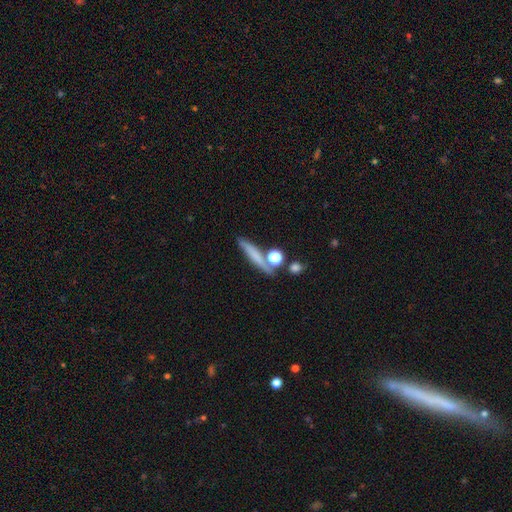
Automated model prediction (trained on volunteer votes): Q: Smooth or featured?
A: smooth (64%); runner-up: featured or disk (26%)
Q: How rounded?
A: cigar-shaped (73%); runner-up: round (14%)
Q: Merging?
A: none (68%); runner-up: merger (14%)